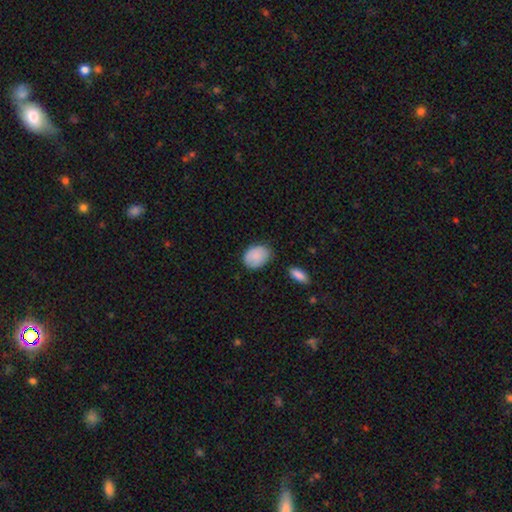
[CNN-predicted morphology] Smooth or featured: smooth — 87% (star or artifact — 7%)
How rounded: in between — 71% (round — 28%)
Merging: none — 68% (minor disturbance — 24%)